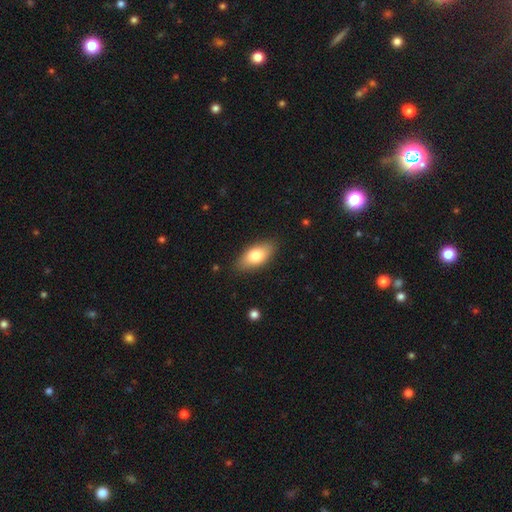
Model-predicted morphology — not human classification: smooth-or-featured: smooth: 77% | featured or disk: 16% | star or artifact: 6%
  how-rounded: in between: 88% | cigar-shaped: 9% | round: 4%
  merging: none: 85% | minor disturbance: 11% | major disturbance: 2% | merger: 1%